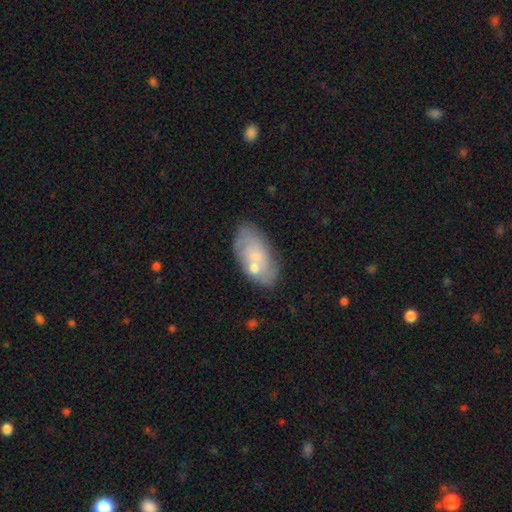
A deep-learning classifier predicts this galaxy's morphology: This appears to be a smooth galaxy with no disk features (50%). Merging: none (57%).